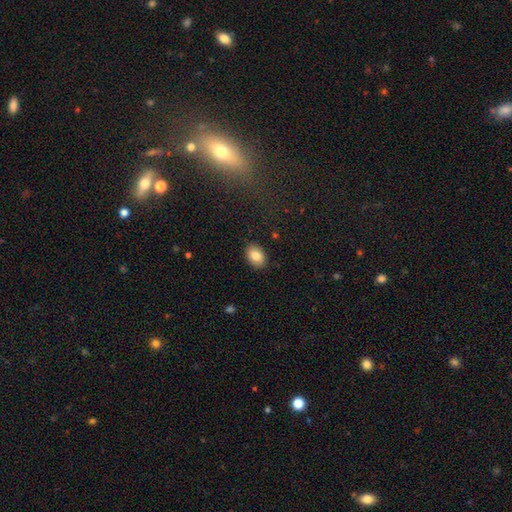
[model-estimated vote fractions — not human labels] smooth_or_featured: smooth (p=0.83) [alt: featured or disk p=0.09]
how_rounded: in between (p=0.79) [alt: round p=0.20]
merging: none (p=0.89) [alt: minor disturbance p=0.08]